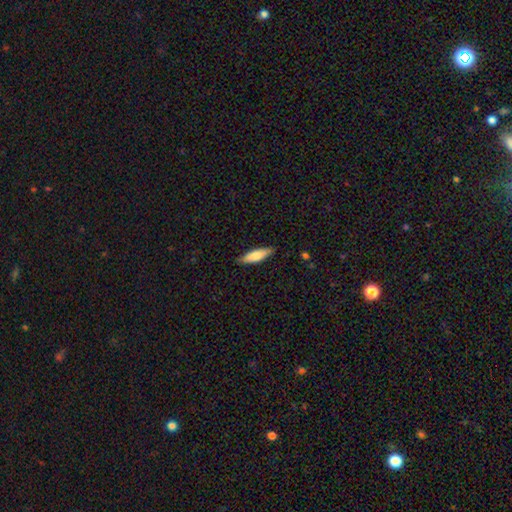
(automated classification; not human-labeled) A smooth galaxy with no disk features (76%) that is cigar-shaped (60%).

Vote fractions:
- Smooth or featured? smooth: 76% / featured or disk: 18% / star or artifact: 5%
- How rounded? cigar-shaped: 60% / in between: 38% / round: 2%
- Merging? none: 85% / minor disturbance: 12% / major disturbance: 2% / merger: 1%